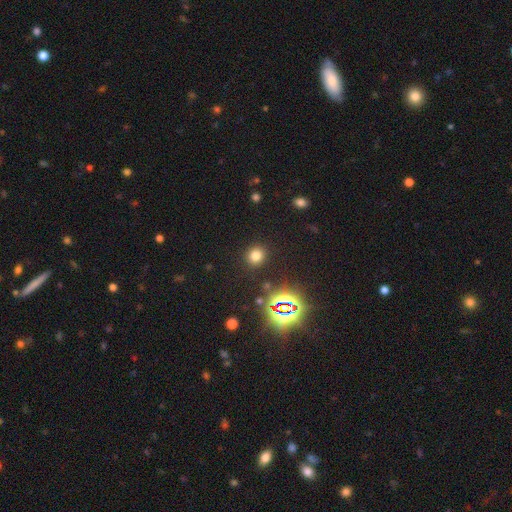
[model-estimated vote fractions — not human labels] Smooth or featured: smooth — 72% (star or artifact — 22%)
How rounded: round — 83% (in between — 16%)
Merging: none — 89% (minor disturbance — 6%)